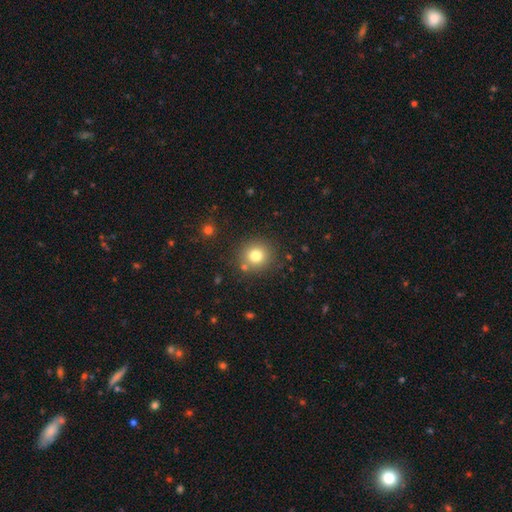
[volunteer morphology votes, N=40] Smooth or featured? 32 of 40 (80%) said smooth. How rounded? 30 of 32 (94%) said round. Merging? 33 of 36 (92%) said none.